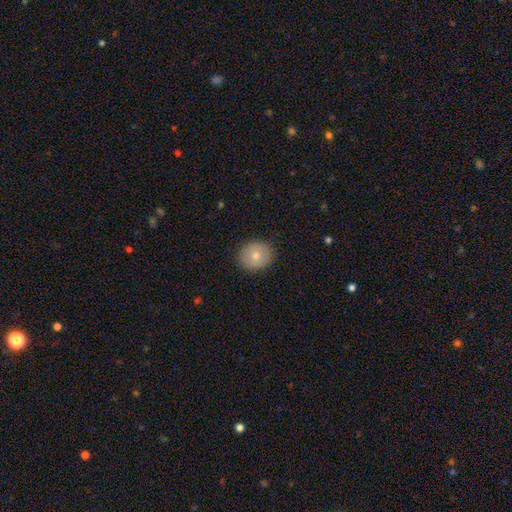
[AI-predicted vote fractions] This is likely a smooth galaxy (78%). How rounded: likely round (74%). Merging: clearly none (88%).